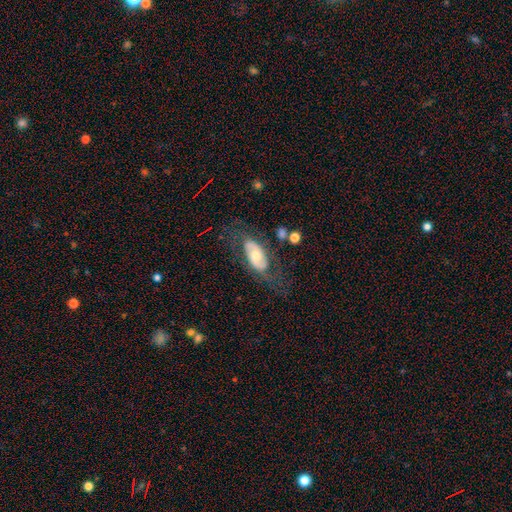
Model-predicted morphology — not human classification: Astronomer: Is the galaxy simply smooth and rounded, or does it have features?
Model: featured or disk — 62%.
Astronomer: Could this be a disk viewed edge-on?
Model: no — 90%.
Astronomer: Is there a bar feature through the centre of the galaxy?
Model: no — 72%.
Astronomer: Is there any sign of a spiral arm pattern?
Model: yes — 61% (runner-up: no, 39%).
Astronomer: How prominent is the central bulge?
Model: moderate — 60%.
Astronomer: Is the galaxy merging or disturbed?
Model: none — 62%.